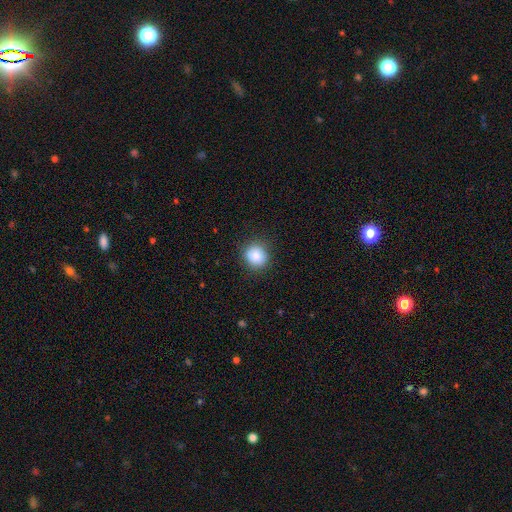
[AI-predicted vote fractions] Smooth or featured: smooth — 86% (star or artifact — 9%)
How rounded: round — 89% (in between — 10%)
Merging: none — 88% (minor disturbance — 8%)